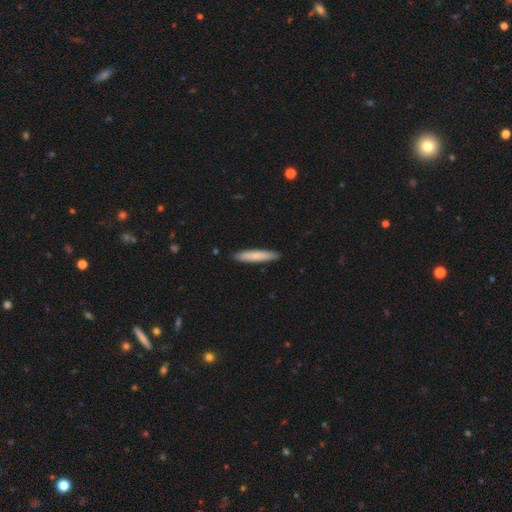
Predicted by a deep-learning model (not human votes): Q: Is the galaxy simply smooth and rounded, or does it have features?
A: smooth — 77%.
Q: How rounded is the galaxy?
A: cigar-shaped — 91%.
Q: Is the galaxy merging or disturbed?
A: none — 90%.